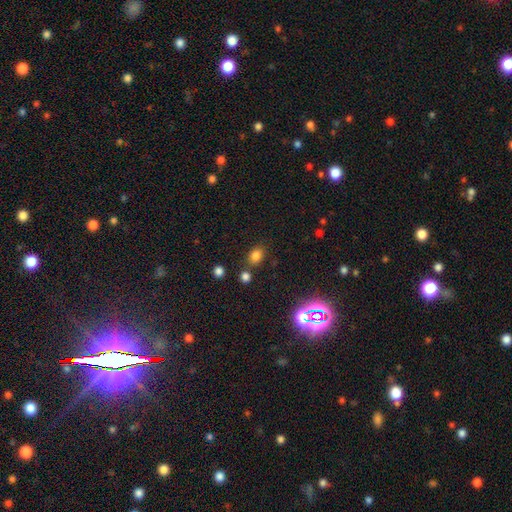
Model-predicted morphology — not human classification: type=smooth (76%); roundness=in between (61%); merging=none (75%).